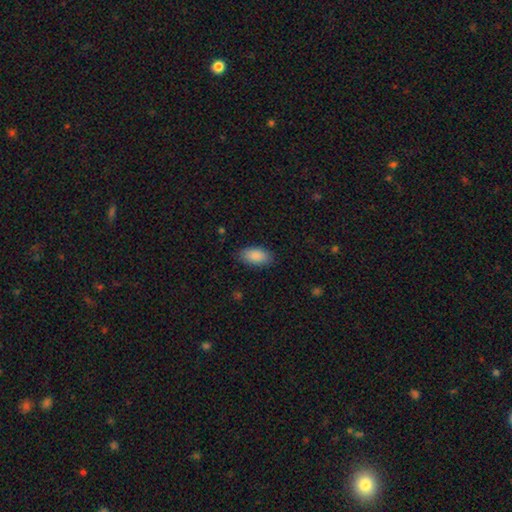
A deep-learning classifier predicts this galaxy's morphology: smooth_or_featured: smooth (p=0.89) [alt: star or artifact p=0.06]
how_rounded: in between (p=0.94) [alt: cigar-shaped p=0.03]
merging: none (p=0.86) [alt: minor disturbance p=0.10]